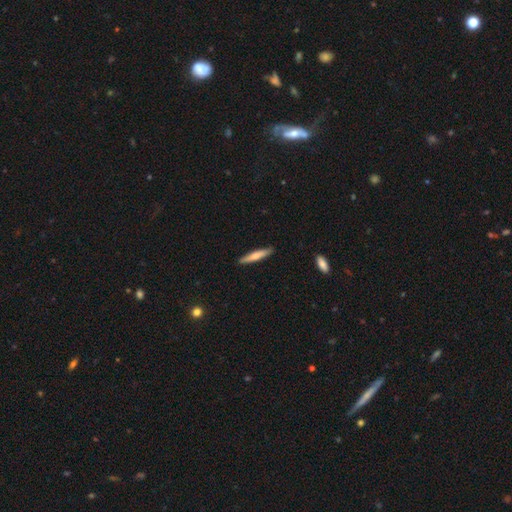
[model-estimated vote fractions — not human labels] A smooth galaxy with no disk features (63%) that is cigar-shaped (91%).

Vote fractions:
- Smooth or featured? smooth: 63% / featured or disk: 32% / star or artifact: 5%
- How rounded? cigar-shaped: 91% / in between: 7% / round: 1%
- Merging? none: 89% / minor disturbance: 8% / major disturbance: 1% / merger: 1%